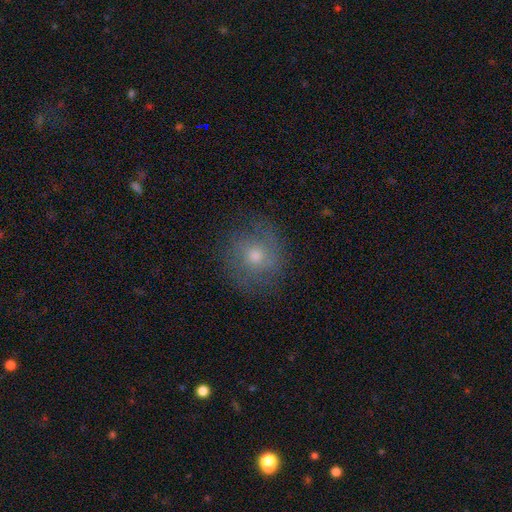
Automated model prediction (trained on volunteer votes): smooth_or_featured: smooth (p=0.51) [alt: featured or disk p=0.37]
how_rounded: round (p=0.86) [alt: in between p=0.13]
merging: none (p=0.77) [alt: minor disturbance p=0.15]